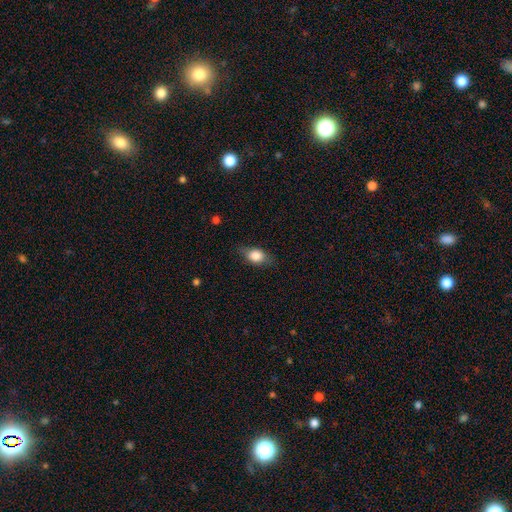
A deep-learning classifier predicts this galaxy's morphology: The model was most divided on "how rounded": in between: 72%, round: 23%, cigar-shaped: 5%. More confident: smooth or featured — smooth (77%); merging — none (72%).